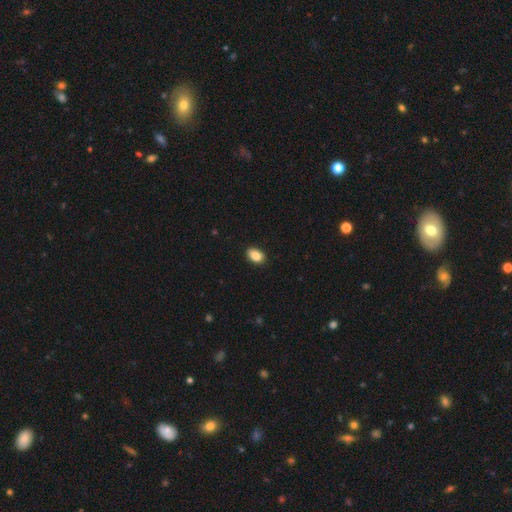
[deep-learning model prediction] smooth-or-featured: smooth: 88% | star or artifact: 8% | featured or disk: 4%
  how-rounded: in between: 88% | round: 11% | cigar-shaped: 1%
  merging: none: 89% | minor disturbance: 9% | major disturbance: 2% | merger: 1%